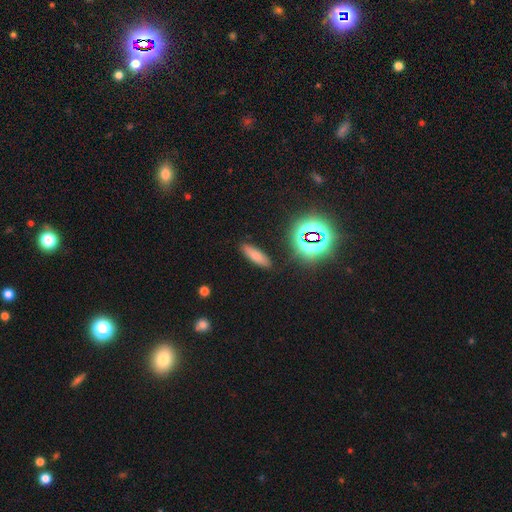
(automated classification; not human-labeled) smooth-or-featured: smooth: 70% | star or artifact: 16% | featured or disk: 13%
  how-rounded: cigar-shaped: 56% | in between: 41% | round: 4%
  merging: none: 88% | minor disturbance: 8% | major disturbance: 2% | merger: 2%